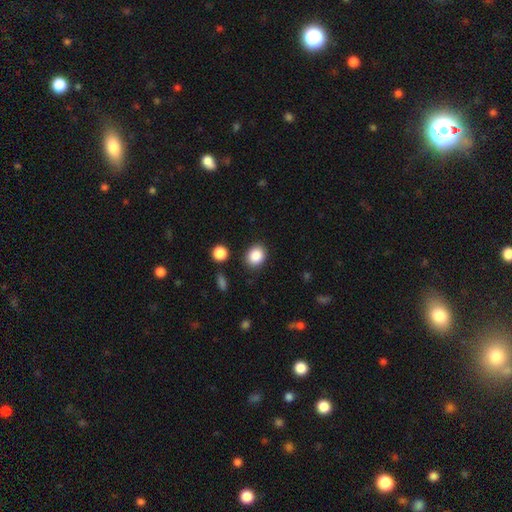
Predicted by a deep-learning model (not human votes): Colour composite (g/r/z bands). It shows a smooth galaxy with no disk features (87%) that is round (55%). Merging: none (85%).